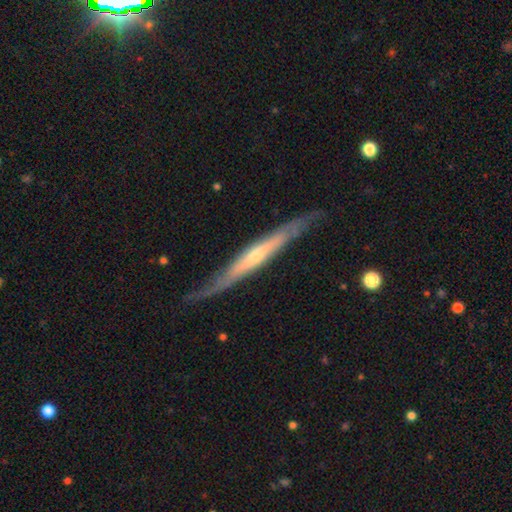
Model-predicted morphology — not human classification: This appears to be a featured or disk galaxy (72%) viewed edge-on (87%) with no central bulge (47%). Merging: none (72%).